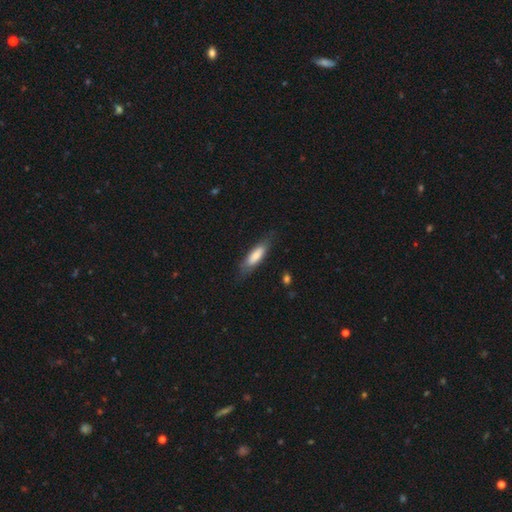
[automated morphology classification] Smooth or featured: smooth — 75% (featured or disk — 20%)
How rounded: cigar-shaped — 53% (in between — 46%)
Merging: none — 75% (minor disturbance — 18%)